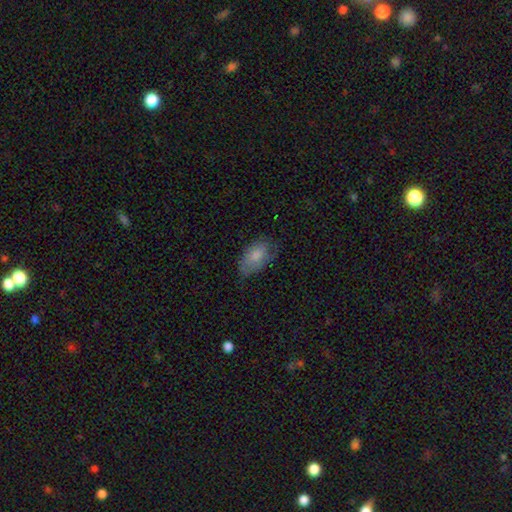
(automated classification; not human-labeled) Smooth or featured? smooth (77%)
How rounded? in between (93%)
Merging? none (59%)